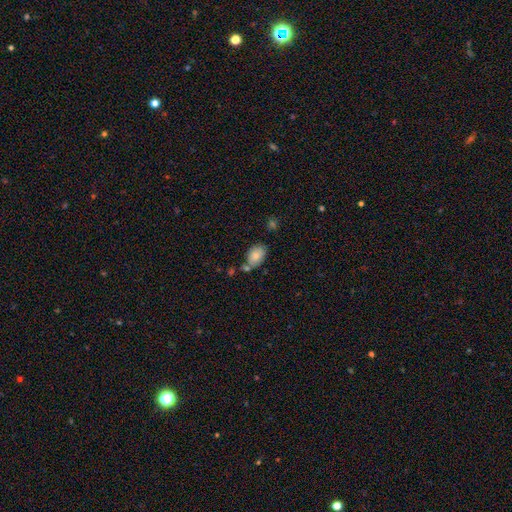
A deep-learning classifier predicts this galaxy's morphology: smooth_or_featured: smooth (p=0.78) [alt: featured or disk p=0.14]
how_rounded: in between (p=0.88) [alt: round p=0.10]
merging: none (p=0.55) [alt: minor disturbance p=0.22]